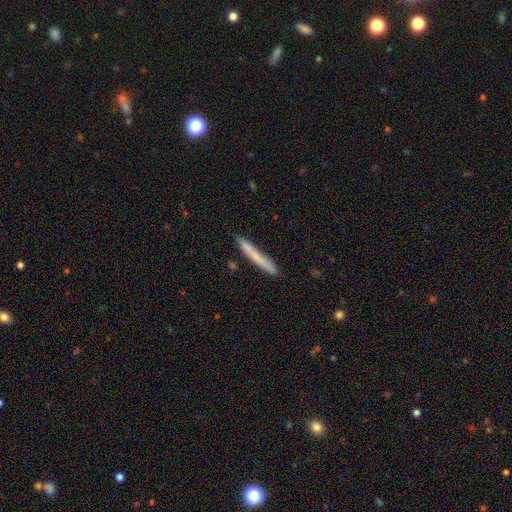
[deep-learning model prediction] Smooth or featured: smooth — 67% (featured or disk — 27%)
How rounded: cigar-shaped — 96% (in between — 2%)
Merging: none — 84% (minor disturbance — 11%)